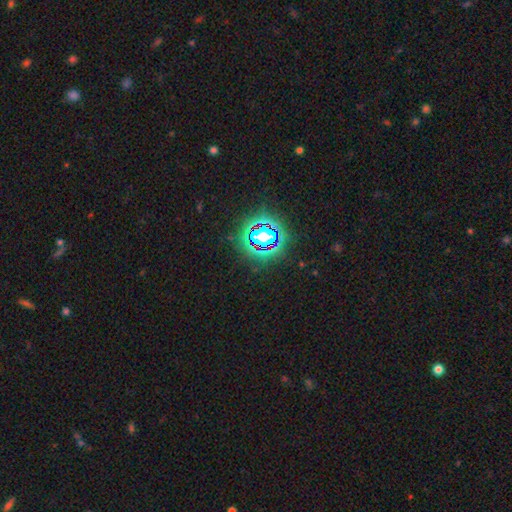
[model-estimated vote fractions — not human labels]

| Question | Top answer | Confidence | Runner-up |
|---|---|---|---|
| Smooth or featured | star or artifact | 83% | smooth (10%) |